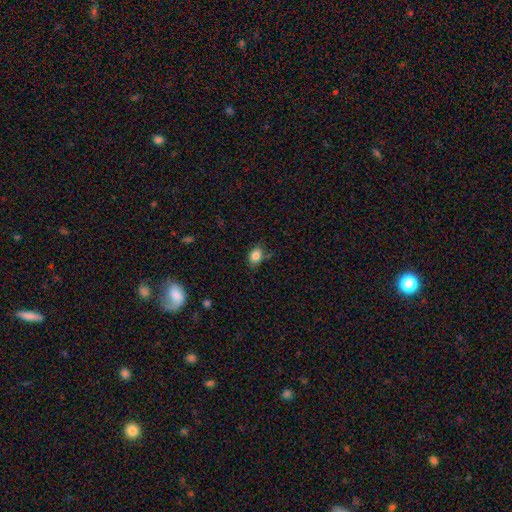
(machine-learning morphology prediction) smooth-or-featured: smooth: 84% | star or artifact: 10% | featured or disk: 6%
  how-rounded: in between: 62% | round: 37% | cigar-shaped: 1%
  merging: none: 72% | minor disturbance: 20% | major disturbance: 4% | merger: 4%